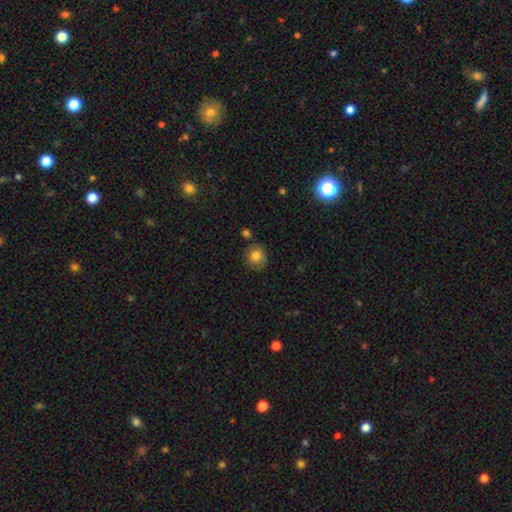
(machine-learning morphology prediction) smooth 82%, star or artifact 10%, featured or disk 8%. Down the decision tree: how rounded — round (88%); merging — none (81%).